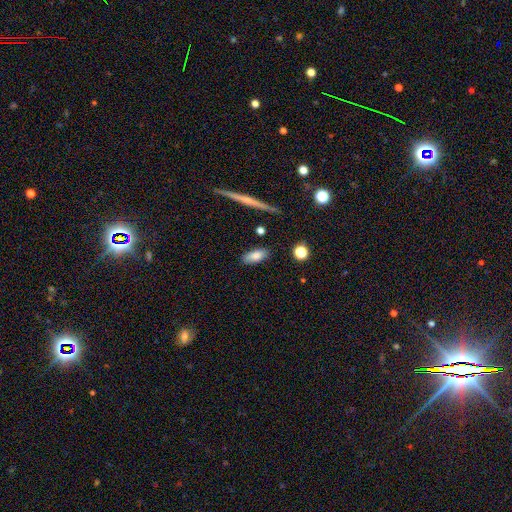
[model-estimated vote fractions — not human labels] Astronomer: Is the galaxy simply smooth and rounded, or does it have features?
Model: smooth — 81%.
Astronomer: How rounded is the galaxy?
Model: in between — 80%.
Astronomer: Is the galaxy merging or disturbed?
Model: none — 83%.